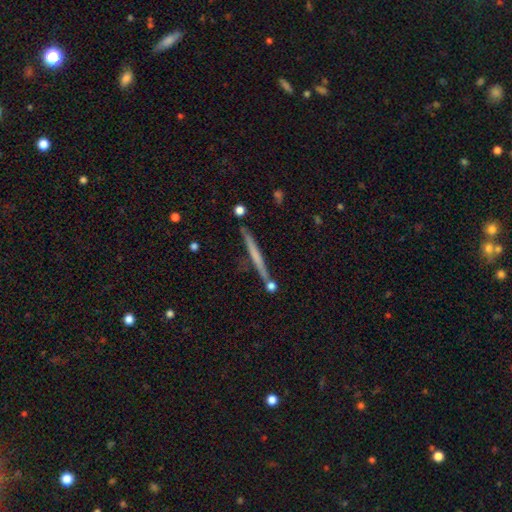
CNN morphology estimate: This is possibly a featured or disk galaxy (53%). It is clearly viewed edge-on (97%). Edge-on bulge: likely none (79%). Merging: clearly none (84%).